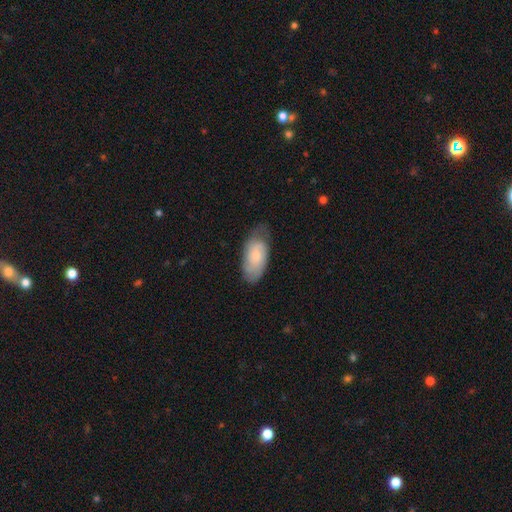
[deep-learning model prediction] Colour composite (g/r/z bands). It shows a smooth galaxy with no disk features (63%) that is in between round and cigar-shaped (90%). Merging: none (57%).